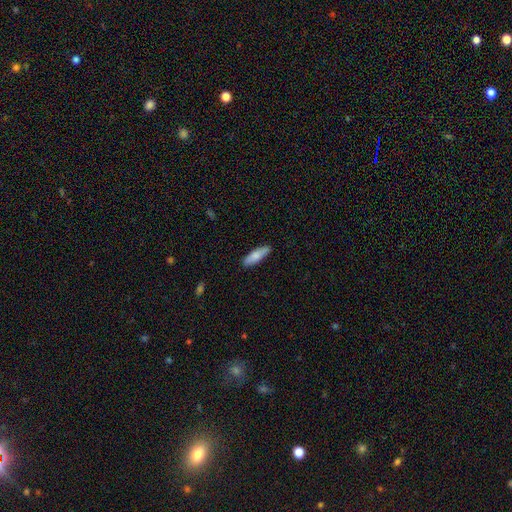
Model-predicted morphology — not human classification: Smooth or featured?
  - smooth: 81% *
  - featured or disk: 13%
  - star or artifact: 6%
How rounded?
  - cigar-shaped: 57% *
  - in between: 42%
  - round: 2%
Merging?
  - none: 86% *
  - minor disturbance: 11%
  - major disturbance: 2%
  - merger: 1%